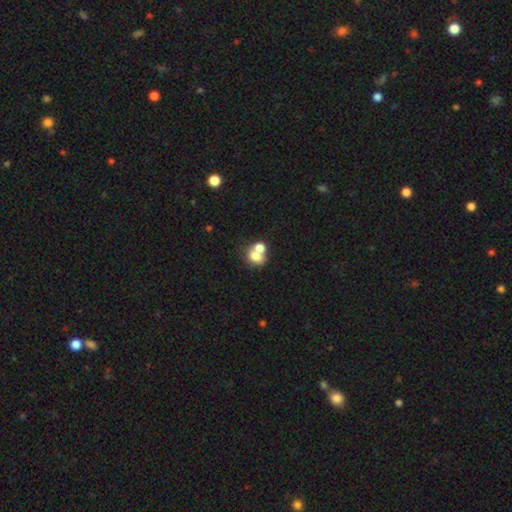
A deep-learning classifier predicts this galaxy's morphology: Smooth or featured? Predicted: smooth (p=0.71). How rounded? Predicted: round (p=0.53). Merging? Predicted: merger (p=0.58).